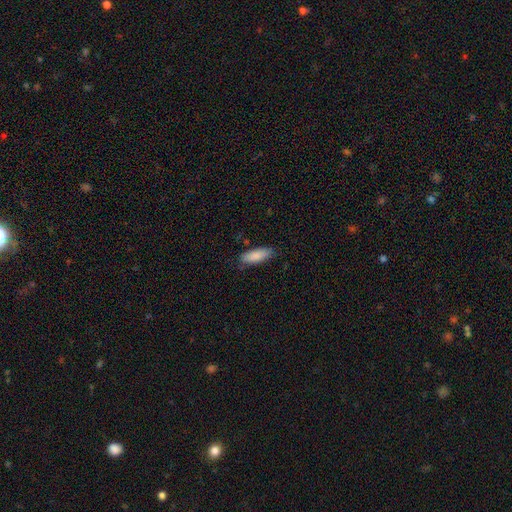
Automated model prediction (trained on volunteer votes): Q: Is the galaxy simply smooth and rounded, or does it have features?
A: smooth — 87%.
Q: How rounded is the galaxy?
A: in between — 61%.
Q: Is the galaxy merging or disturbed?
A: none — 80%.